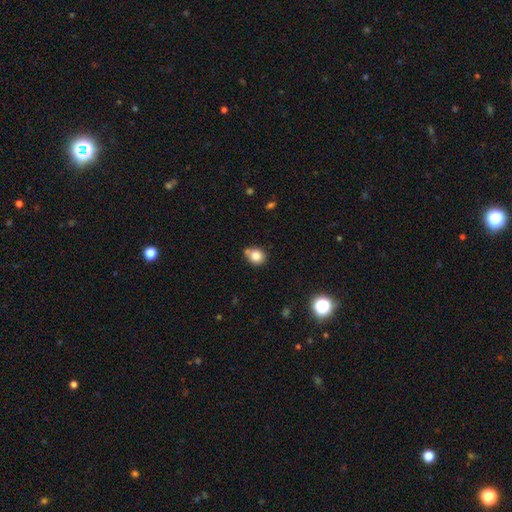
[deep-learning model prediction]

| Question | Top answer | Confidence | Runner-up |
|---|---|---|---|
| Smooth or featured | smooth | 82% | star or artifact (11%) |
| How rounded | round | 76% | in between (23%) |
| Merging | none | 68% | minor disturbance (15%) |